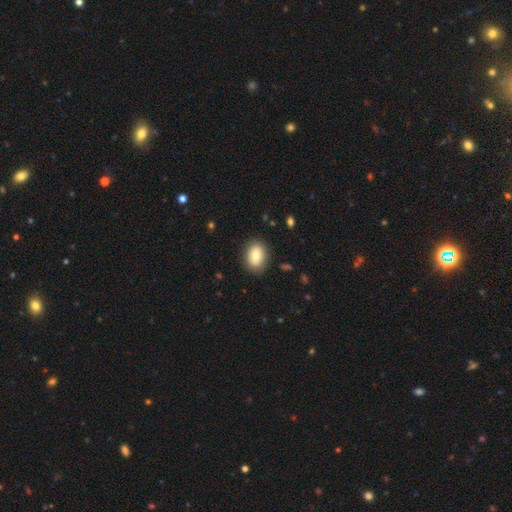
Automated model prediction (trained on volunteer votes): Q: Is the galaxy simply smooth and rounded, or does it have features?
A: smooth — 79%.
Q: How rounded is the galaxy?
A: in between — 72%.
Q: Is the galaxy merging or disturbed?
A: none — 86%.